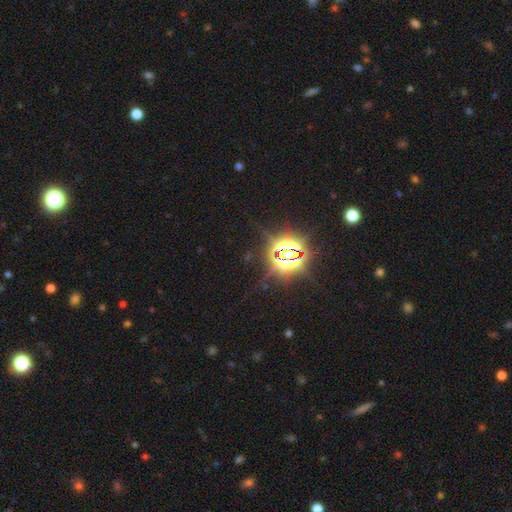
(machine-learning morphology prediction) smooth-or-featured: star or artifact: 83% | smooth: 10% | featured or disk: 7%